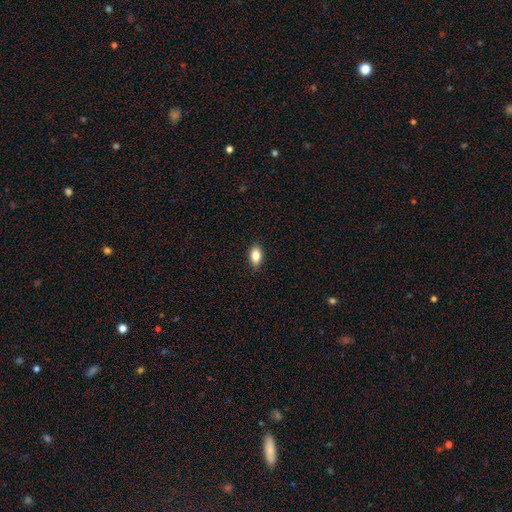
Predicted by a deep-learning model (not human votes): Smooth or featured: smooth — 84% (featured or disk — 8%)
How rounded: in between — 89% (round — 7%)
Merging: none — 88% (minor disturbance — 9%)